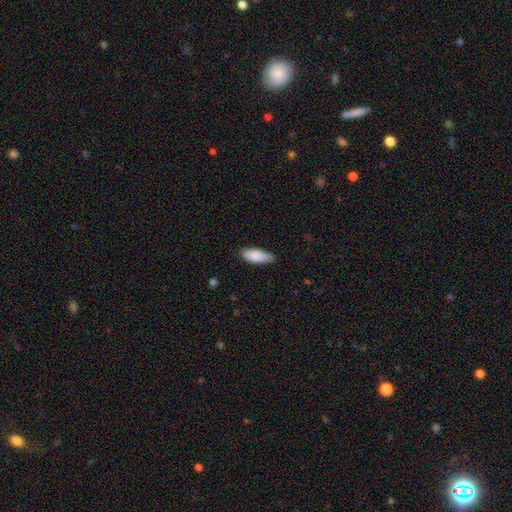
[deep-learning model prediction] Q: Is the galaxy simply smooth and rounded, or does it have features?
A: smooth — 87%.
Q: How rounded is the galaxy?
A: in between — 73%.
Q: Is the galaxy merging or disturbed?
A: none — 82%.